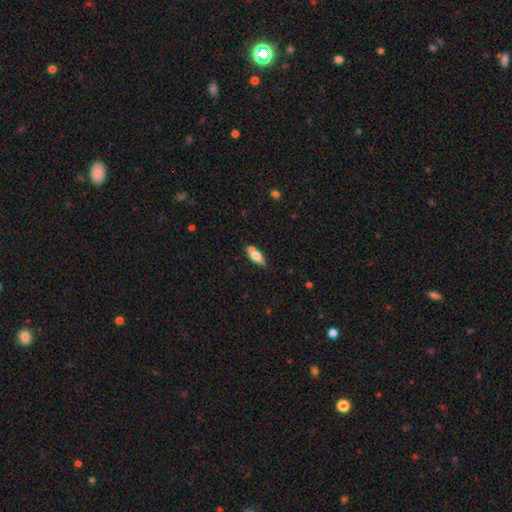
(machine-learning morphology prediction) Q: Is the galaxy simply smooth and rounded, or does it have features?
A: smooth — 67%.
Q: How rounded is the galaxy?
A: in between — 73%.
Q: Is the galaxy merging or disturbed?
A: none — 70%.